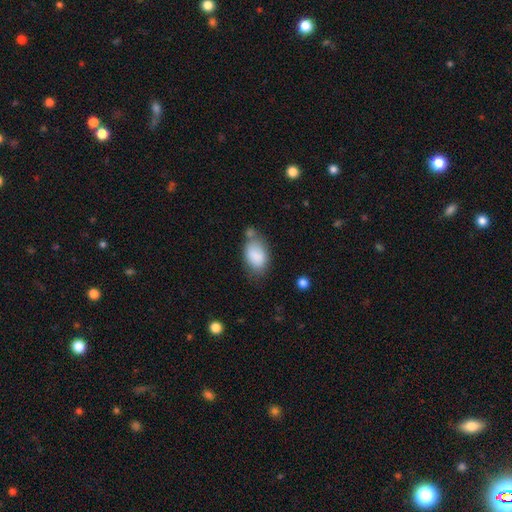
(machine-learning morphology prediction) This is clearly a smooth galaxy (84%). How rounded: clearly in between (90%). Merging: possibly none (48%).